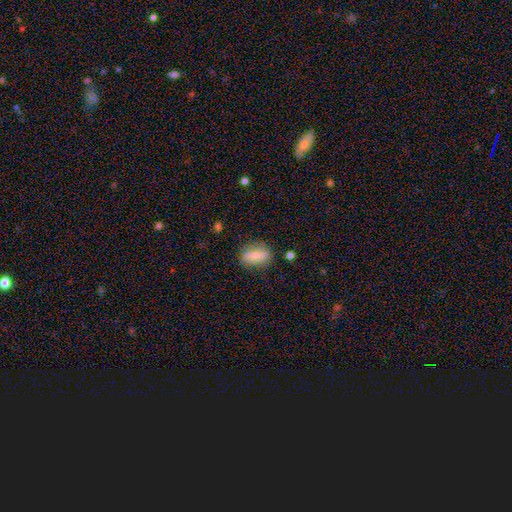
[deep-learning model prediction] Morphology: type=smooth (63%); roundness=in between (76%); merging=none (77%).